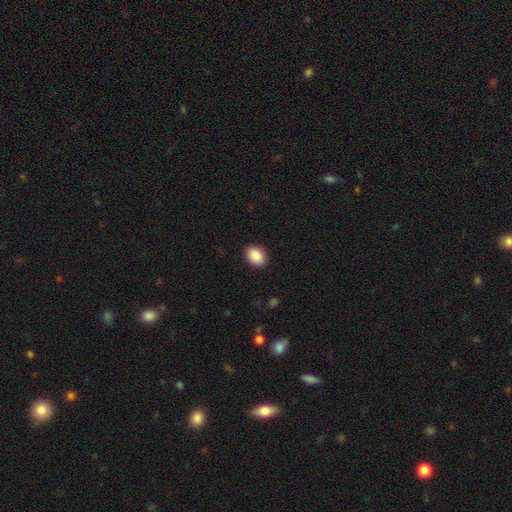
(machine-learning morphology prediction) smooth-or-featured: smooth: 90% | star or artifact: 7% | featured or disk: 3%
  how-rounded: in between: 73% | round: 26% | cigar-shaped: 1%
  merging: none: 90% | minor disturbance: 7% | major disturbance: 2% | merger: 1%